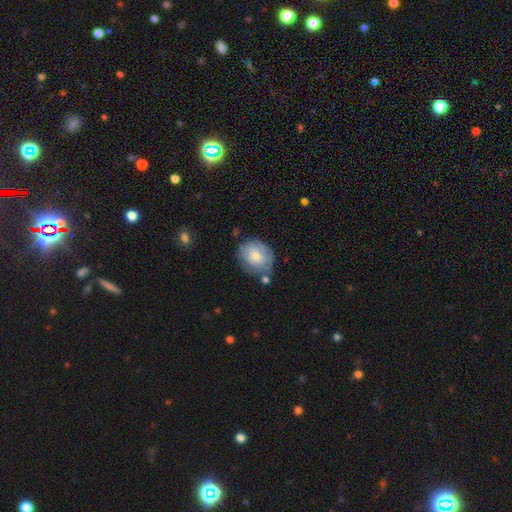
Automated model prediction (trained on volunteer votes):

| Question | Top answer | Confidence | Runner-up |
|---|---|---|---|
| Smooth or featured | smooth | 64% | featured or disk (29%) |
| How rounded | round | 56% | in between (43%) |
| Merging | none | 64% | minor disturbance (23%) |